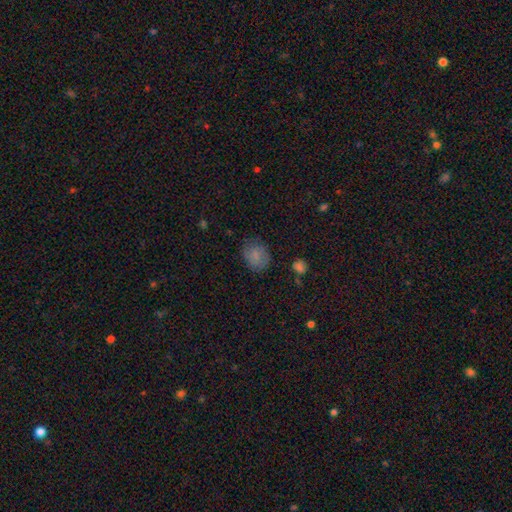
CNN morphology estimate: Smooth or featured: smooth — 78% (featured or disk — 12%)
How rounded: round — 56% (in between — 43%)
Merging: none — 73% (minor disturbance — 20%)